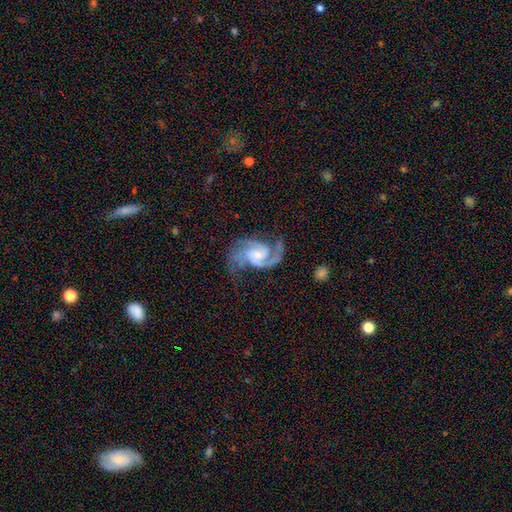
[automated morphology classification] This is clearly a featured or disk galaxy (91%). It is clearly not viewed edge-on (98%). Bar: possibly no (50%). Spiral arm pattern: clearly yes (98%). Spiral arm count: possibly 2 (48%). Spiral winding: possibly medium (56%). Central bulge: marginally small (44%). Merging: likely none (62%).